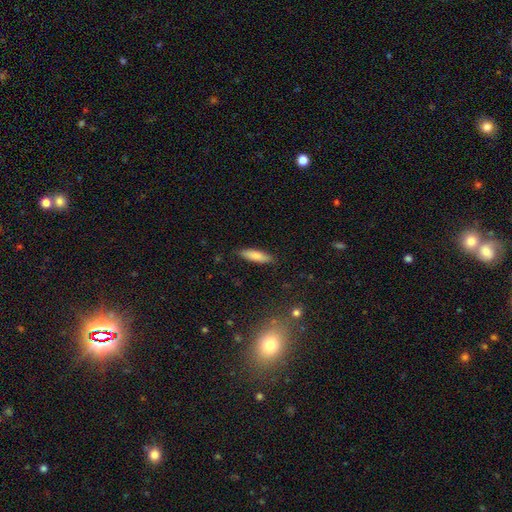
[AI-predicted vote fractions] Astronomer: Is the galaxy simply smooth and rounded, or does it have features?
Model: smooth — 79%.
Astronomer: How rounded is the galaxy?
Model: cigar-shaped — 61% (runner-up: in between, 38%).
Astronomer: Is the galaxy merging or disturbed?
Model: none — 87%.